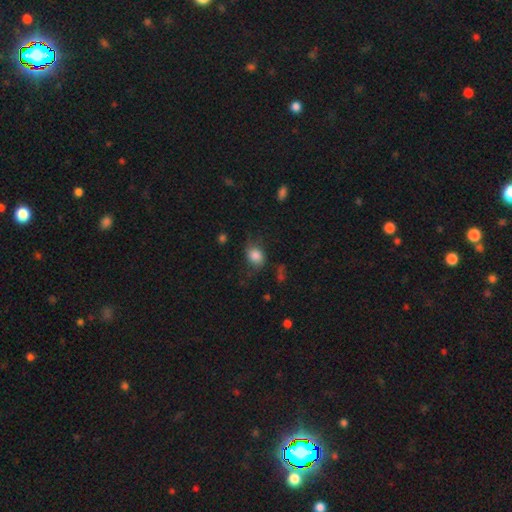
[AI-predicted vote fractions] Smooth or featured: smooth — 80% (featured or disk — 11%)
How rounded: in between — 57% (round — 42%)
Merging: none — 58% (minor disturbance — 27%)